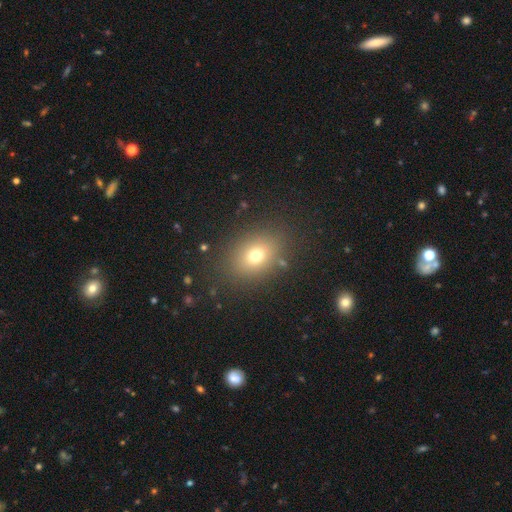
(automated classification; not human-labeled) smooth_or_featured: smooth (p=0.71) [alt: star or artifact p=0.16]
how_rounded: in between (p=0.57) [alt: round p=0.42]
merging: none (p=0.83) [alt: minor disturbance p=0.10]